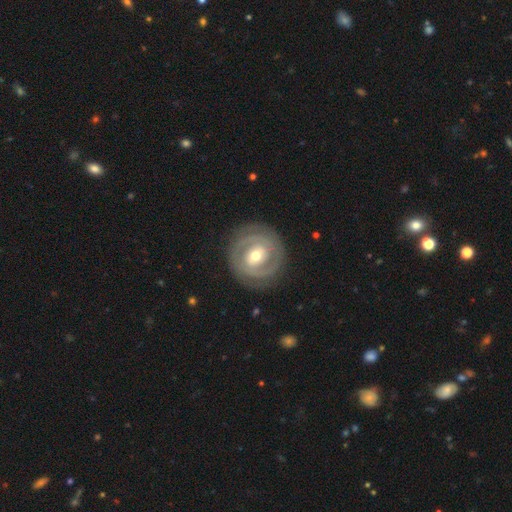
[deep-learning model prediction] Smooth or featured? featured or disk (85%)
Edge-on disk? no (97%)
Bar? weak (39%)
Spiral arms? yes (91%)
Spiral winding? tight (74%)
Spiral arm count? 2 (75%)
Bulge size? moderate (60%)
Merging? none (86%)